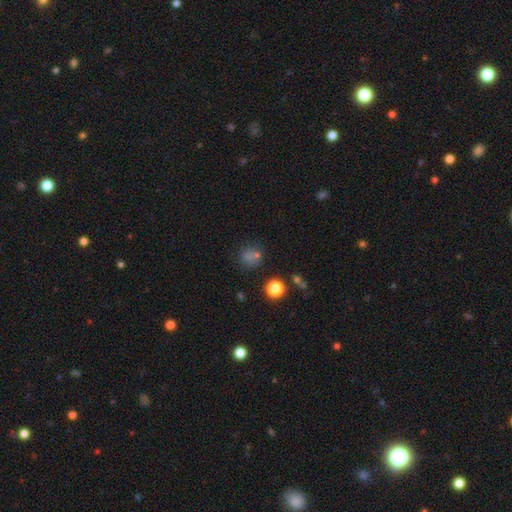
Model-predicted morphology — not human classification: Overall: smooth (60%; star or artifact 31%). How rounded: round (87%). Merging: none (72%).